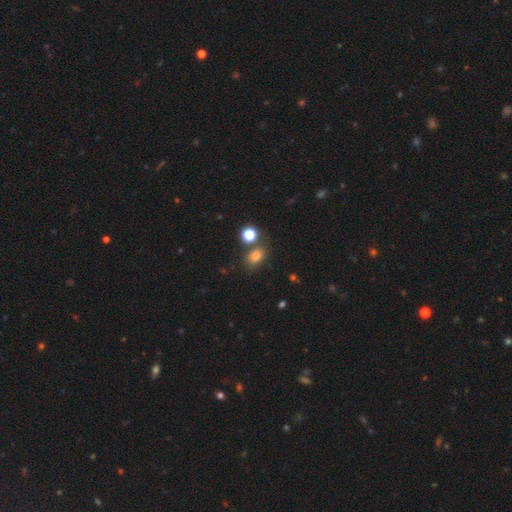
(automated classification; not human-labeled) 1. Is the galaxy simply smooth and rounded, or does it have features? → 77% smooth, 16% star or artifact, 6% featured or disk.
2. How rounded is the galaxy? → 62% in between, 37% round, 1% cigar-shaped.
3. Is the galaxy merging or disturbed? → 68% none, 14% merger, 13% minor disturbance, 5% major disturbance.